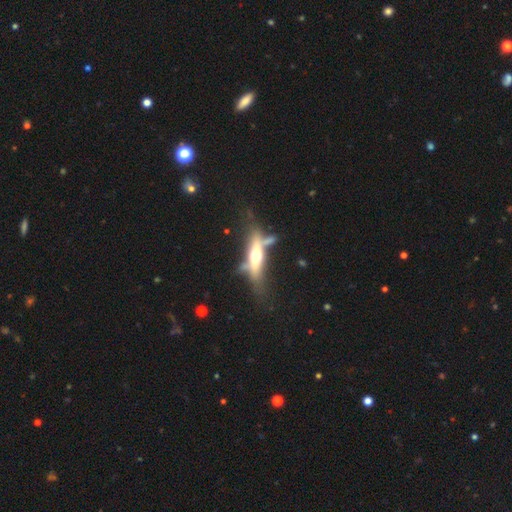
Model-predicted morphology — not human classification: Q: Smooth or featured?
A: featured or disk (62%); runner-up: smooth (32%)
Q: Edge-on disk?
A: yes (86%); runner-up: no (14%)
Q: Edge-on bulge?
A: rounded (92%); runner-up: boxy (4%)
Q: Merging?
A: none (53%); runner-up: minor disturbance (19%)